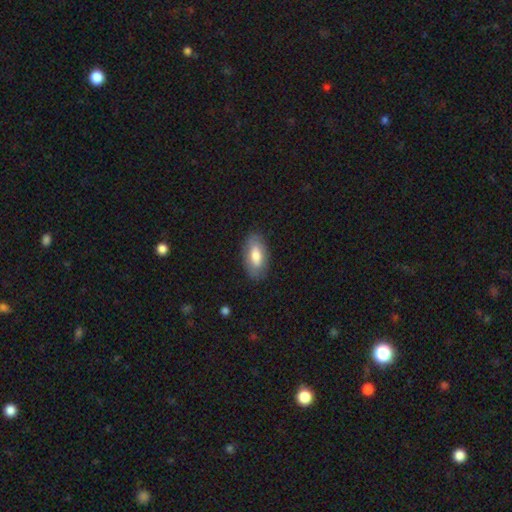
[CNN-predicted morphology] Smooth or featured?
  - smooth: 73% *
  - featured or disk: 21%
  - star or artifact: 6%
How rounded?
  - in between: 91% *
  - cigar-shaped: 6%
  - round: 3%
Merging?
  - none: 82% *
  - minor disturbance: 13%
  - major disturbance: 3%
  - merger: 1%